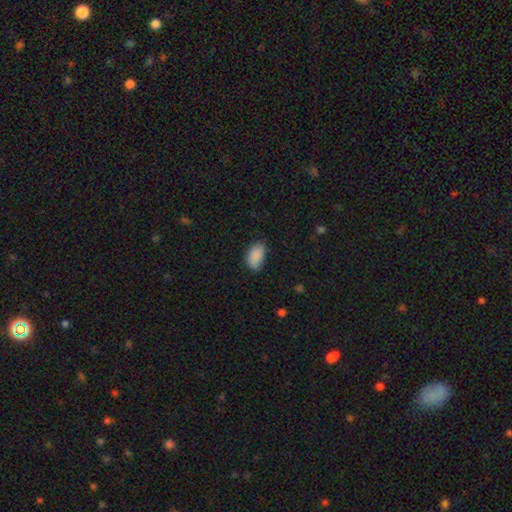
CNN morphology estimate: The model was most divided on "merging": none: 67%, minor disturbance: 26%, major disturbance: 5%, merger: 1%. More confident: how rounded — in between (92%); smooth or featured — smooth (88%).